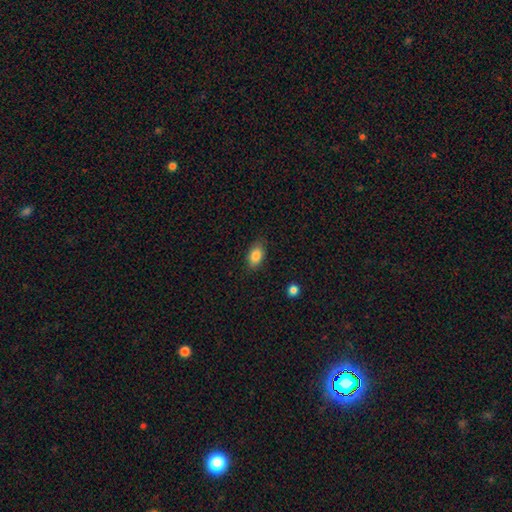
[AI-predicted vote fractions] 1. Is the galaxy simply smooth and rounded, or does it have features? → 85% smooth, 8% star or artifact, 7% featured or disk.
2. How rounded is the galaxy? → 90% in between, 8% round, 3% cigar-shaped.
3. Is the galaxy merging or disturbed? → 85% none, 12% minor disturbance, 3% major disturbance, 1% merger.